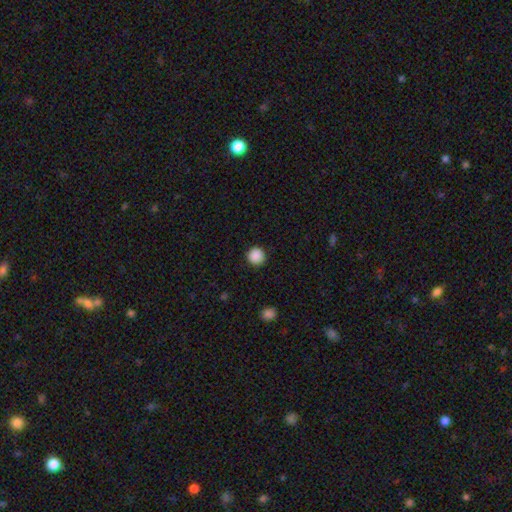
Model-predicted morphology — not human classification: type=smooth (89%); roundness=round (94%); merging=none (91%).